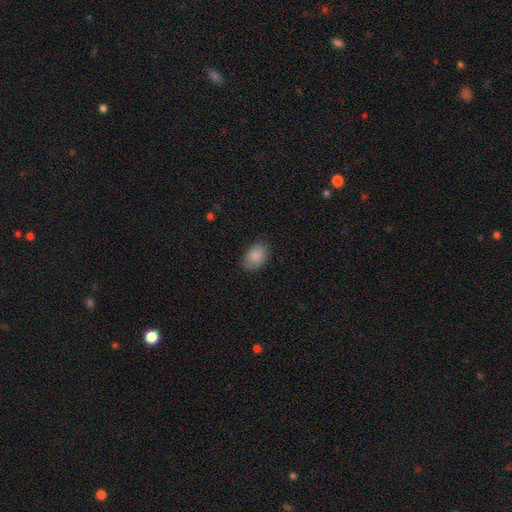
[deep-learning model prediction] smooth-or-featured: smooth: 87% | star or artifact: 7% | featured or disk: 6%
  how-rounded: in between: 85% | round: 14% | cigar-shaped: 1%
  merging: none: 83% | minor disturbance: 13% | major disturbance: 3% | merger: 1%